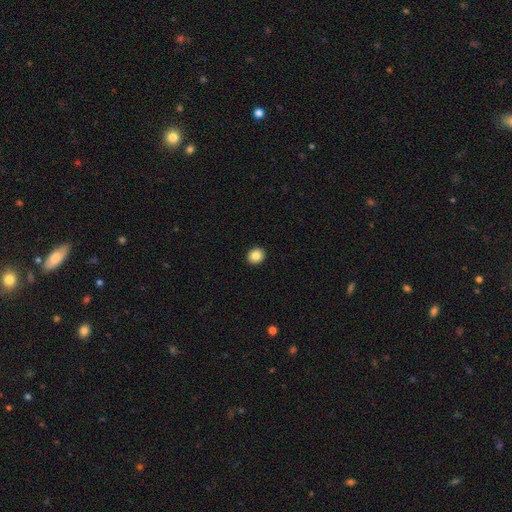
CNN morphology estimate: Smooth or featured? smooth (85%)
How rounded? round (82%)
Merging? none (93%)